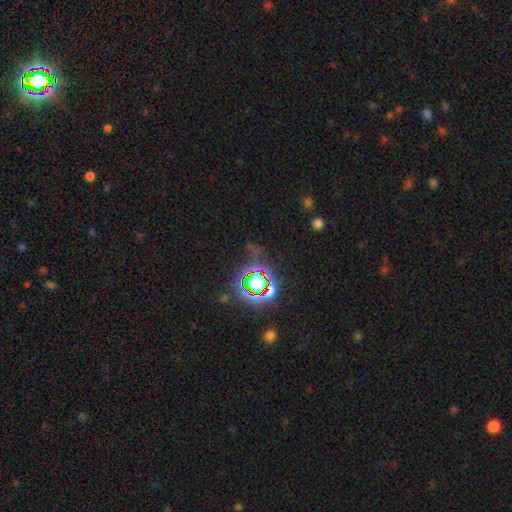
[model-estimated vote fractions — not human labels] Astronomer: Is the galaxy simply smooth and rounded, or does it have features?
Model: star or artifact — 79%.